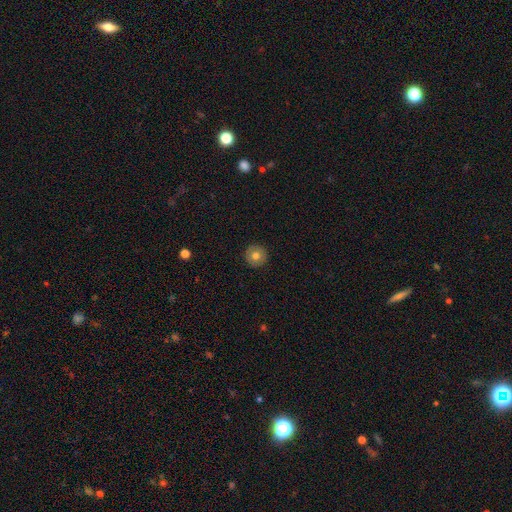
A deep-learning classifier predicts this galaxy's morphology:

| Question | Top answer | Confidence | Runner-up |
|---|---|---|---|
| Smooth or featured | smooth | 74% | featured or disk (18%) |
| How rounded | round | 96% | in between (3%) |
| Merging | none | 93% | minor disturbance (5%) |